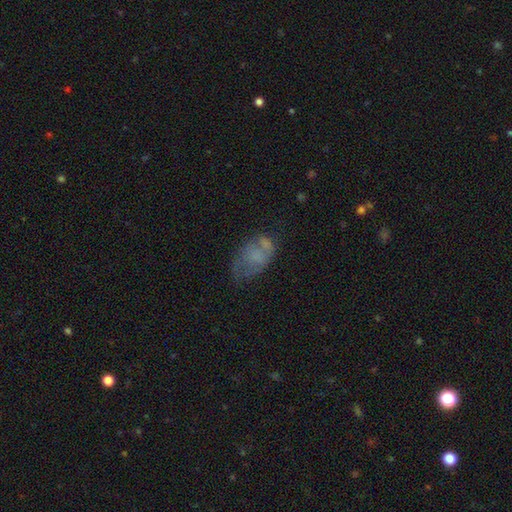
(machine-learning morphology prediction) Overall: smooth (51%; featured or disk 37%). How rounded: in between (88%). Merging: none (41%; minor disturbance 27%).